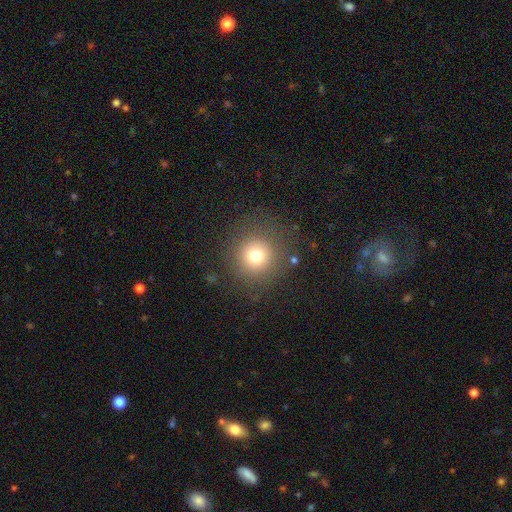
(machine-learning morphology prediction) This appears to be a smooth galaxy with no disk features (74%) that is round (94%). Merging: none (85%).